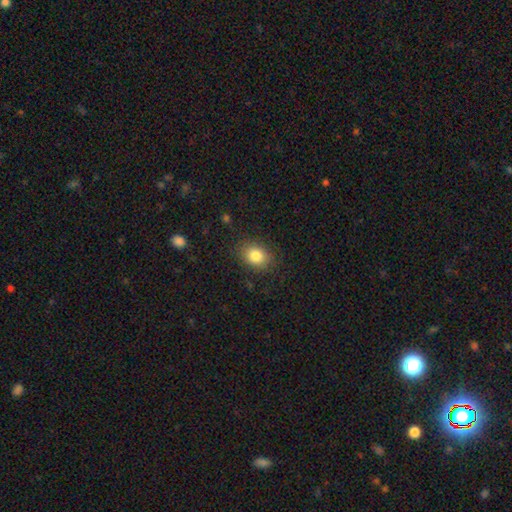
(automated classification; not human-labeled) A smooth galaxy with no disk features (83%) that is in between round and cigar-shaped (60%).

Vote fractions:
- Smooth or featured? smooth: 83% / star or artifact: 9% / featured or disk: 7%
- How rounded? in between: 60% / round: 39% / cigar-shaped: 1%
- Merging? none: 84% / minor disturbance: 11% / major disturbance: 3% / merger: 1%